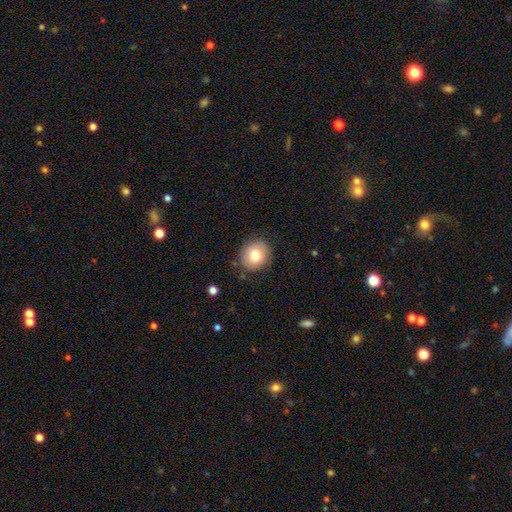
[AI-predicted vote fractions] Overall: smooth (79%). How rounded: round (78%). Merging: none (86%).